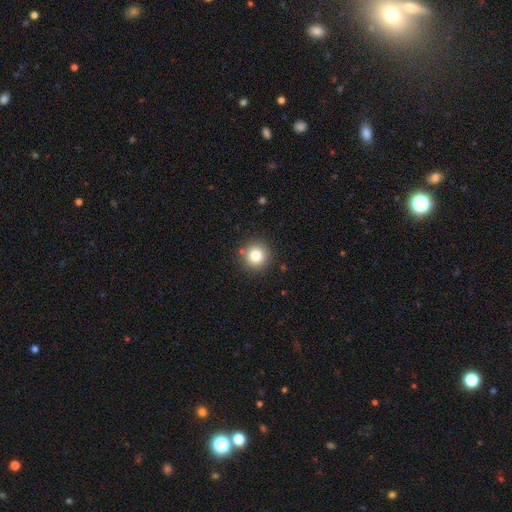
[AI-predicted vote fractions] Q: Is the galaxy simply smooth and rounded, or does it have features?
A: smooth — 82%.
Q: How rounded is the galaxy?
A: round — 94%.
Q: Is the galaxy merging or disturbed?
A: none — 87%.